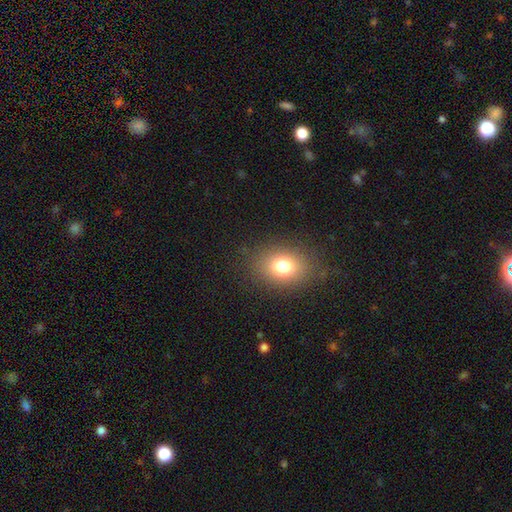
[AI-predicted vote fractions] Smooth or featured?
  - smooth: 74% *
  - star or artifact: 17%
  - featured or disk: 9%
How rounded?
  - in between: 64% *
  - round: 34%
  - cigar-shaped: 2%
Merging?
  - none: 89% *
  - minor disturbance: 7%
  - major disturbance: 2%
  - merger: 1%